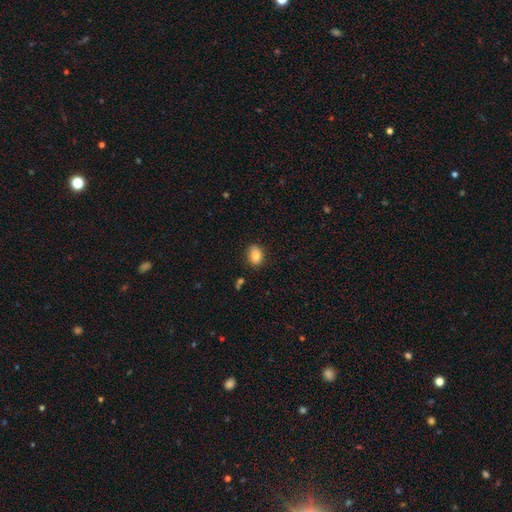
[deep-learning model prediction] Smooth or featured? smooth (85%)
How rounded? in between (68%)
Merging? none (82%)